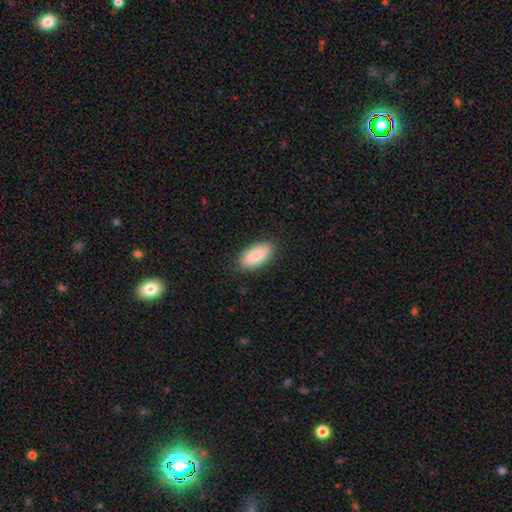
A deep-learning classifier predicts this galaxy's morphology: A smooth galaxy with no disk features (87%) that is in between round and cigar-shaped (92%). Merging: none (88%).